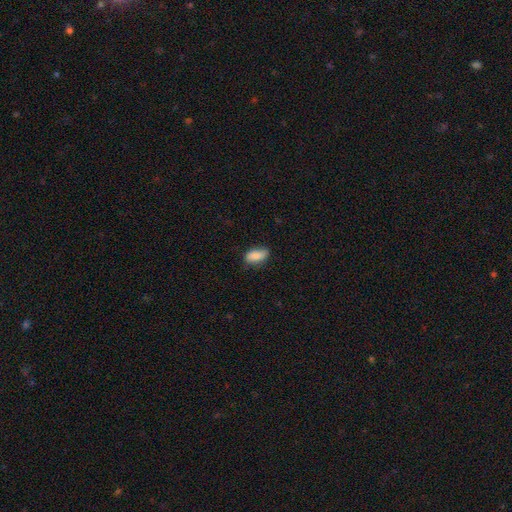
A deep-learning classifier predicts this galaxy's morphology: A smooth galaxy with no disk features (85%) that is in between round and cigar-shaped (89%).

Vote fractions:
- Smooth or featured? smooth: 85% / featured or disk: 8% / star or artifact: 7%
- How rounded? in between: 89% / cigar-shaped: 7% / round: 4%
- Merging? none: 68% / minor disturbance: 25% / major disturbance: 5% / merger: 2%